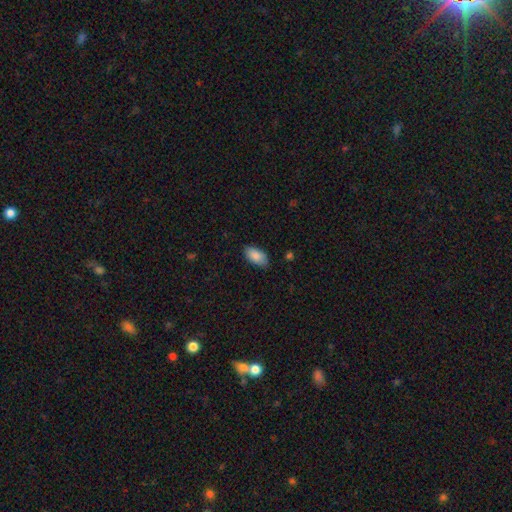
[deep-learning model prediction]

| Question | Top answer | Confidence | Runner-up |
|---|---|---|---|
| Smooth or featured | smooth | 88% | star or artifact (7%) |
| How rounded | in between | 94% | cigar-shaped (4%) |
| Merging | none | 84% | minor disturbance (12%) |